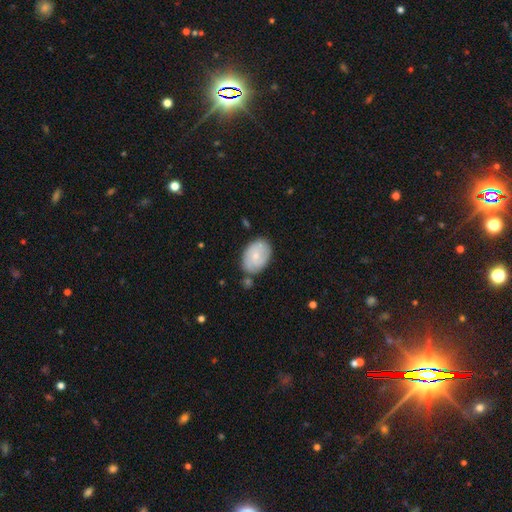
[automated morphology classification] type=smooth (63%); roundness=in between (84%); merging=none (69%).